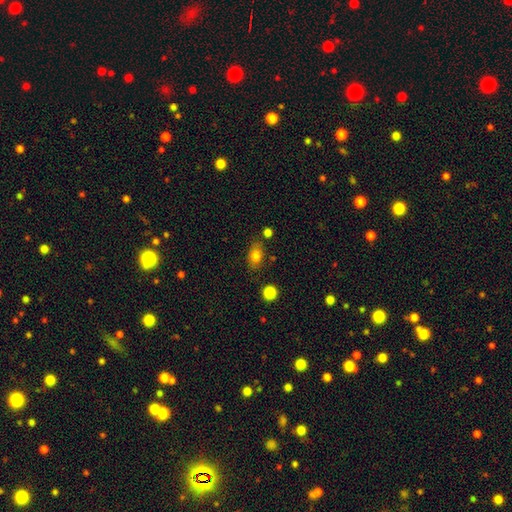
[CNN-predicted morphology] This is clearly a smooth galaxy (81%). How rounded: clearly in between (81%). Merging: likely none (76%).